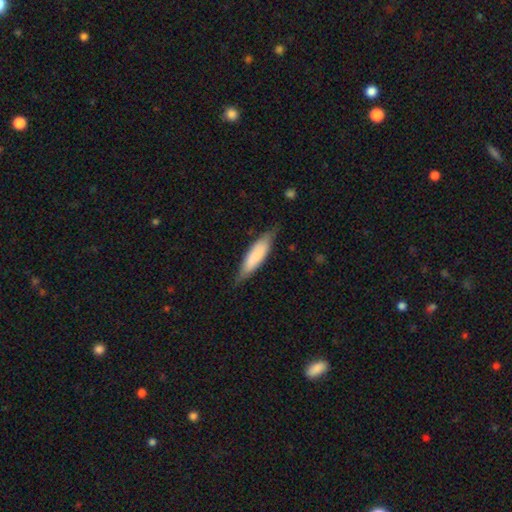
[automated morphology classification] smooth_or_featured: smooth (p=0.72) [alt: featured or disk p=0.22]
how_rounded: cigar-shaped (p=0.59) [alt: in between p=0.39]
merging: none (p=0.74) [alt: minor disturbance p=0.21]